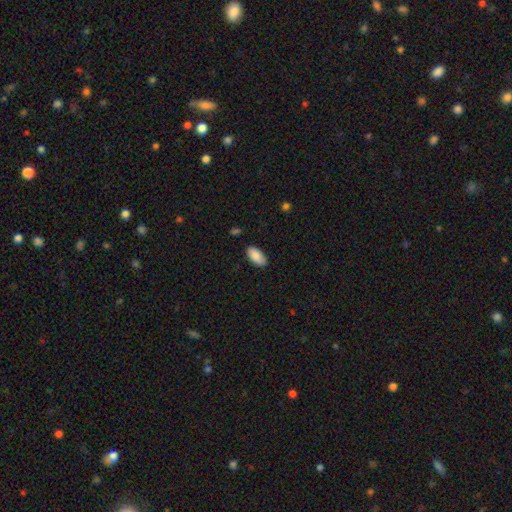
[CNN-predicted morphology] This is clearly a smooth galaxy (88%). How rounded: clearly in between (94%). Merging: clearly none (86%).